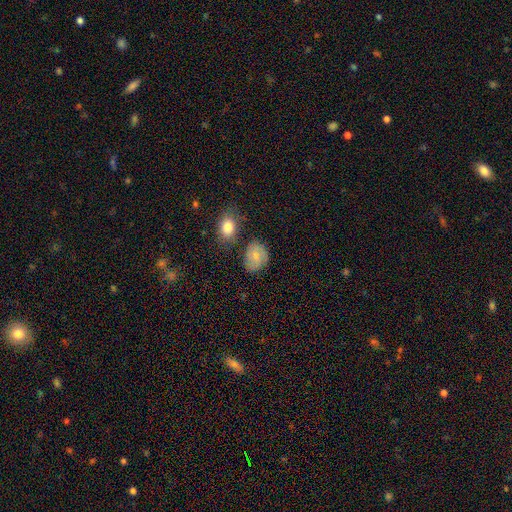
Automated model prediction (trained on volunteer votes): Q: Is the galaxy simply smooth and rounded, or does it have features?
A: smooth — 63%.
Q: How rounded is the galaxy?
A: in between — 62%.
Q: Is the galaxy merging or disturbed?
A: none — 69%.